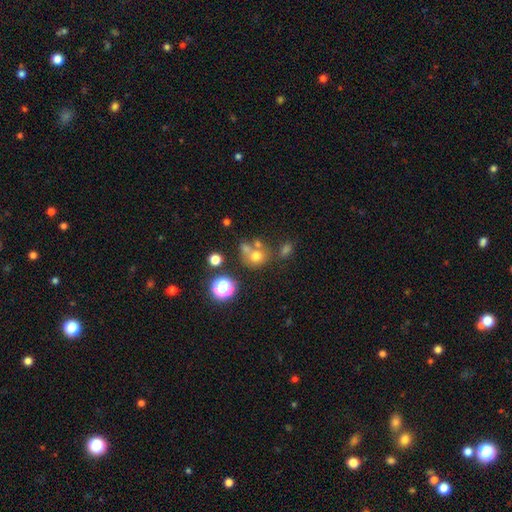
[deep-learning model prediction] This is likely a smooth galaxy (66%). How rounded: likely round (77%). Merging: possibly none (47%).